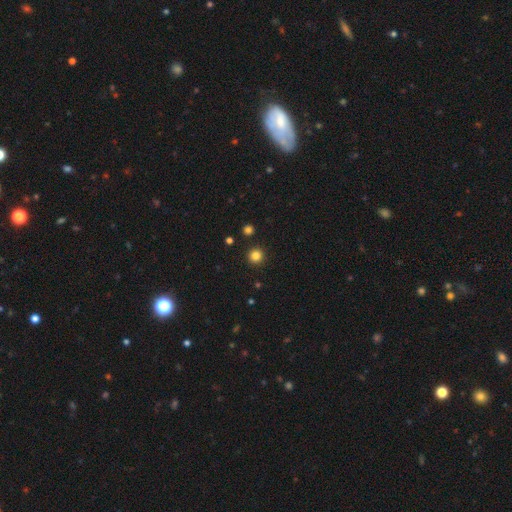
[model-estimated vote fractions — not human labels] This appears to be a smooth galaxy with no disk features (83%) that is round (96%). Merging: none (92%).